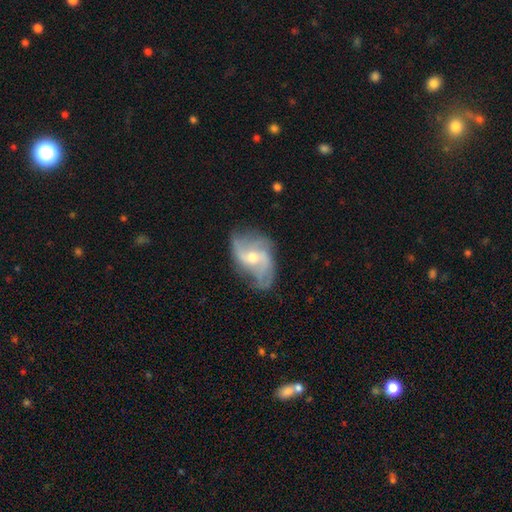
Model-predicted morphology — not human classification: featured or disk 81%, smooth 11%, star or artifact 8%. Down the decision tree: edge-on disk — no (96%); bar — no (44%); spiral arms — yes (92%); spiral arm count — 2 (50%); spiral winding — loose (51%); bulge size — moderate (55%); merging — none (64%).